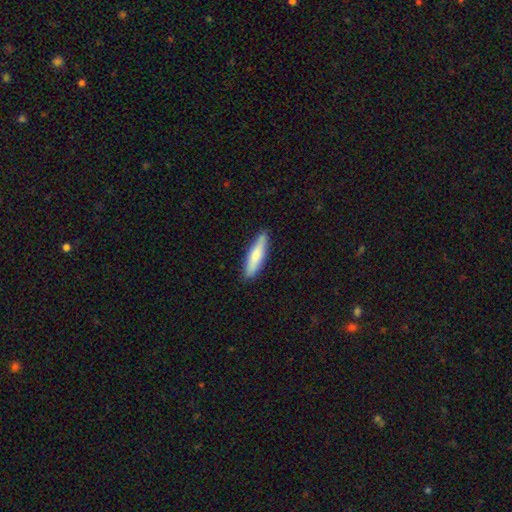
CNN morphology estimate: The model was most divided on "smooth or featured": smooth: 76%, featured or disk: 19%, star or artifact: 5%. More confident: merging — none (87%); how rounded — cigar-shaped (80%).